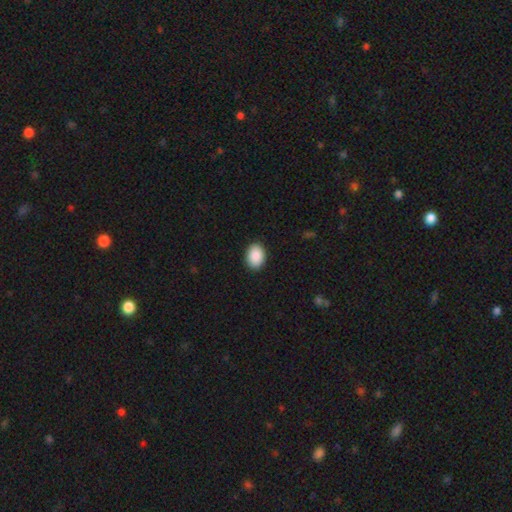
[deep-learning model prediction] This appears to be a smooth galaxy with no disk features (90%) that is in between round and cigar-shaped (77%). Merging: none (91%).